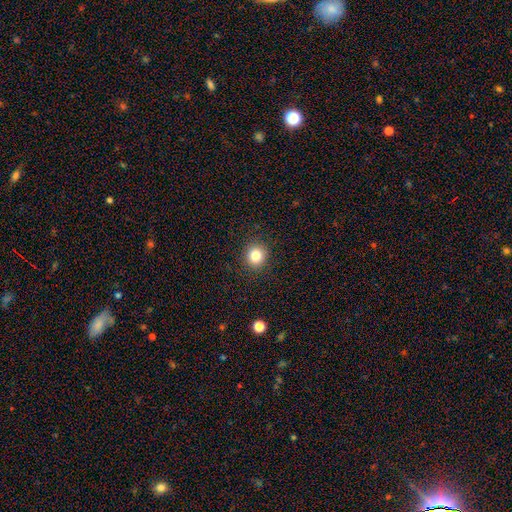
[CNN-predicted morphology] A smooth galaxy with no disk features (82%) that is round (89%). Merging: none (91%).